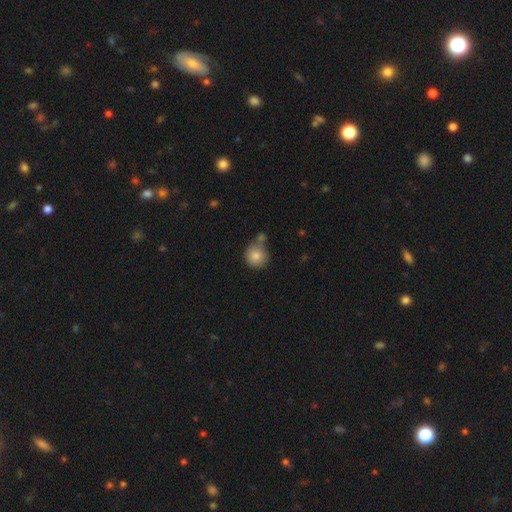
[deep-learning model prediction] Smooth or featured? smooth (82%)
How rounded? round (88%)
Merging? none (52%)